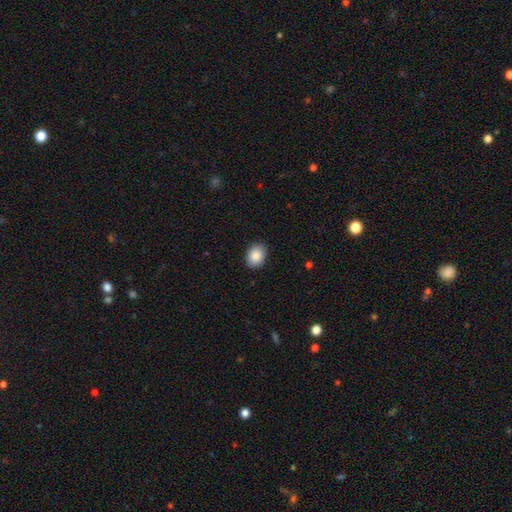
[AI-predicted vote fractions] Smooth or featured?
  - smooth: 89% *
  - star or artifact: 7%
  - featured or disk: 4%
How rounded?
  - in between: 67% *
  - round: 33%
  - cigar-shaped: 1%
Merging?
  - none: 88% *
  - minor disturbance: 9%
  - major disturbance: 2%
  - merger: 1%